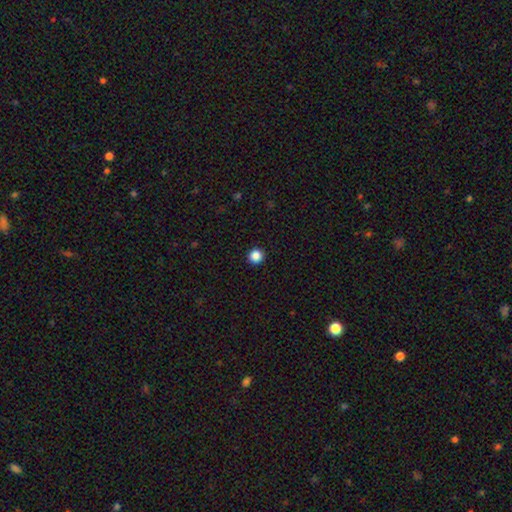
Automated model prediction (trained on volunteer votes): smooth-or-featured: smooth: 87% | star or artifact: 11% | featured or disk: 3%
  how-rounded: round: 96% | in between: 3% | cigar-shaped: 1%
  merging: none: 94% | minor disturbance: 4% | major disturbance: 1% | merger: 1%